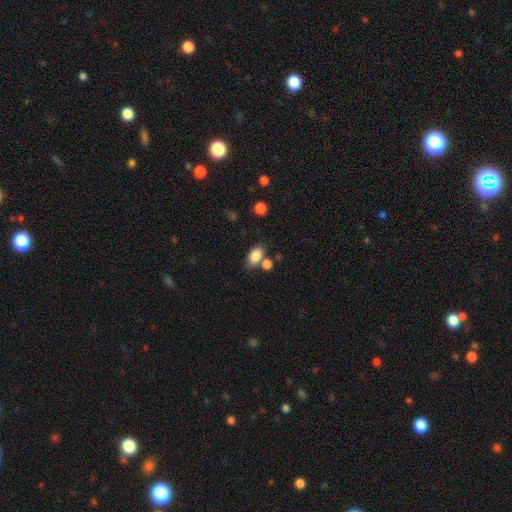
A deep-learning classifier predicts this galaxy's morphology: The model was most divided on "merging": none: 55%, merger: 23%, minor disturbance: 16%, major disturbance: 6%. More confident: how rounded — in between (87%); smooth or featured — smooth (85%).